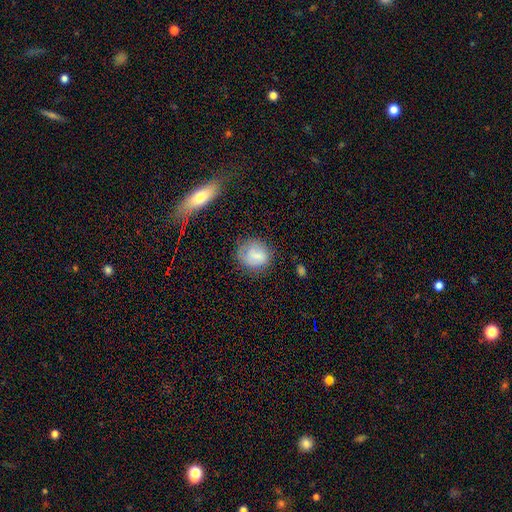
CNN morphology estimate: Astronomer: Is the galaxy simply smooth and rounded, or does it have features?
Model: smooth — 74%.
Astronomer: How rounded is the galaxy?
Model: round — 67%.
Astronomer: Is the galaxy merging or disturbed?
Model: none — 66%.